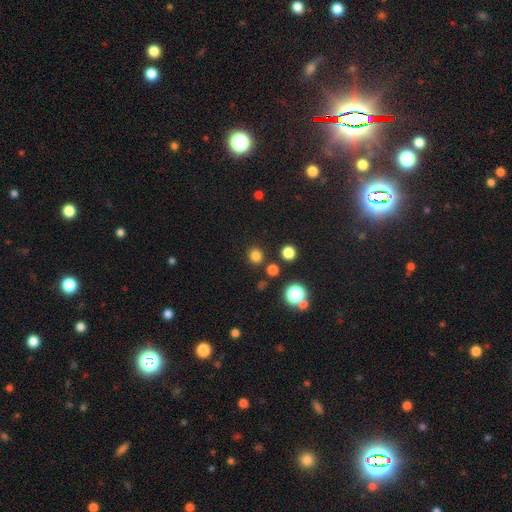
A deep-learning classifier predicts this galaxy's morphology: type=smooth (78%); roundness=round (90%); merging=none (87%).